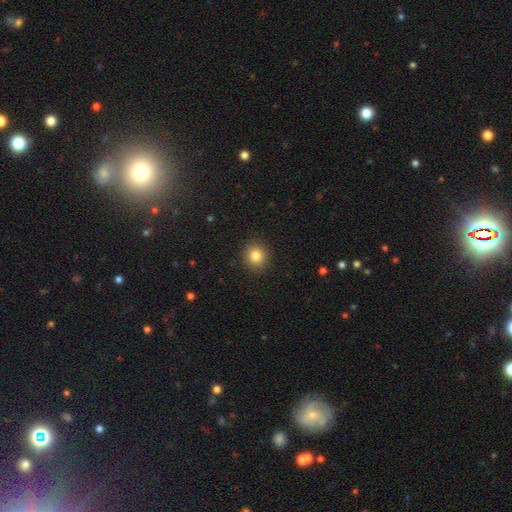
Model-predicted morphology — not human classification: Overall: smooth (83%). How rounded: round (88%). Merging: none (91%).